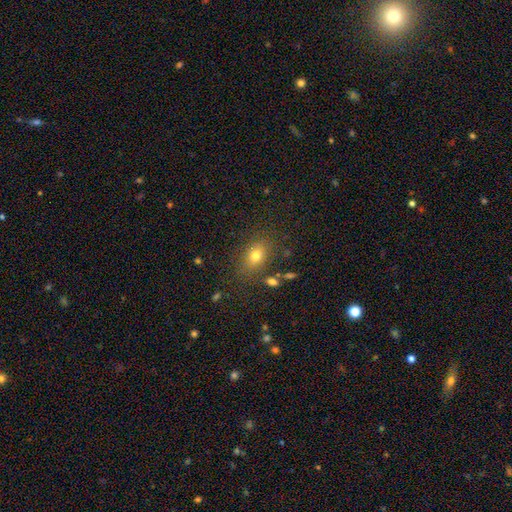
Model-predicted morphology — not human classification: smooth-or-featured: smooth: 76% | star or artifact: 13% | featured or disk: 11%
  how-rounded: in between: 70% | round: 28% | cigar-shaped: 2%
  merging: none: 79% | minor disturbance: 13% | major disturbance: 5% | merger: 4%